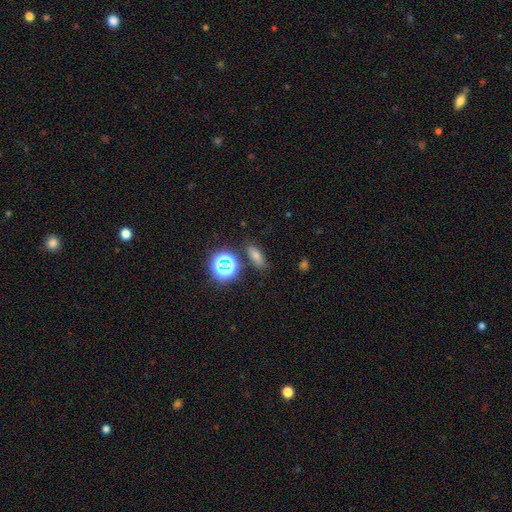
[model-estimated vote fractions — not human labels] Smooth or featured?
  - smooth: 67% *
  - star or artifact: 23%
  - featured or disk: 10%
How rounded?
  - in between: 72% *
  - cigar-shaped: 16%
  - round: 12%
Merging?
  - none: 81% *
  - minor disturbance: 11%
  - merger: 5%
  - major disturbance: 4%